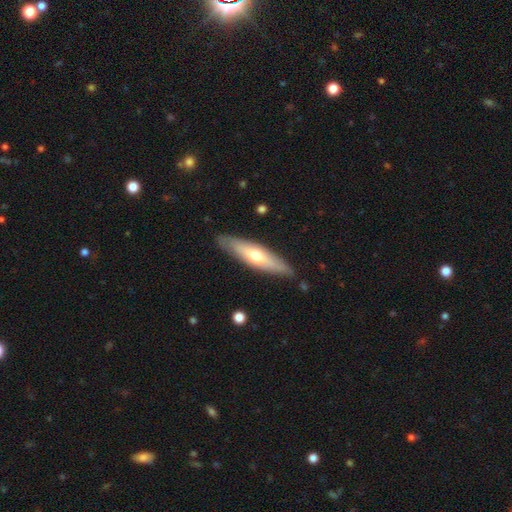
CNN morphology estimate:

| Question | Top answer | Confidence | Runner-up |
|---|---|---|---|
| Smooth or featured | featured or disk | 48% | smooth (47%) |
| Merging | none | 85% | minor disturbance (11%) |